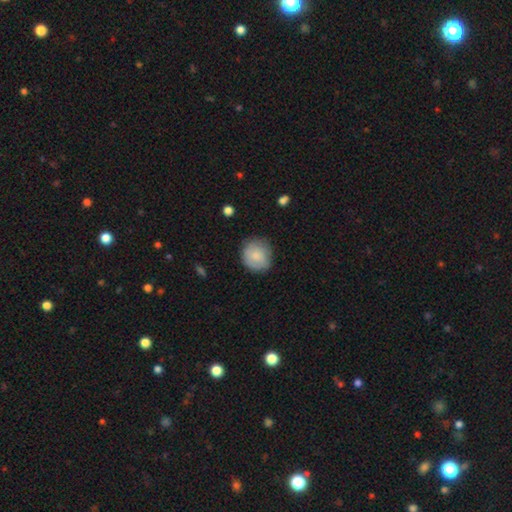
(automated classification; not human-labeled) Overall: smooth (80%). How rounded: round (83%). Merging: none (74%).